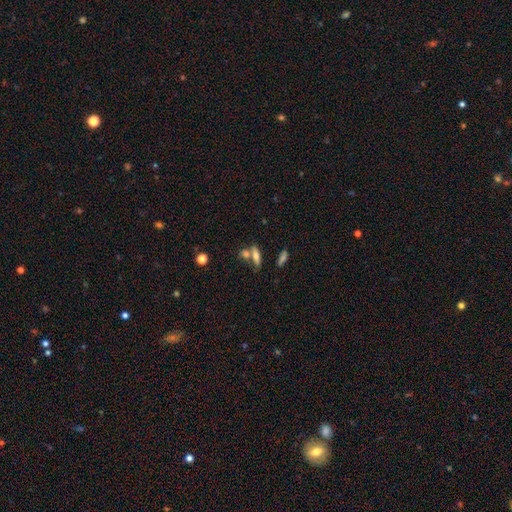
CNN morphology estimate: smooth_or_featured: smooth (p=0.60) [alt: featured or disk p=0.29]
how_rounded: in between (p=0.49) [alt: cigar-shaped p=0.44]
merging: none (p=0.50) [alt: merger p=0.34]